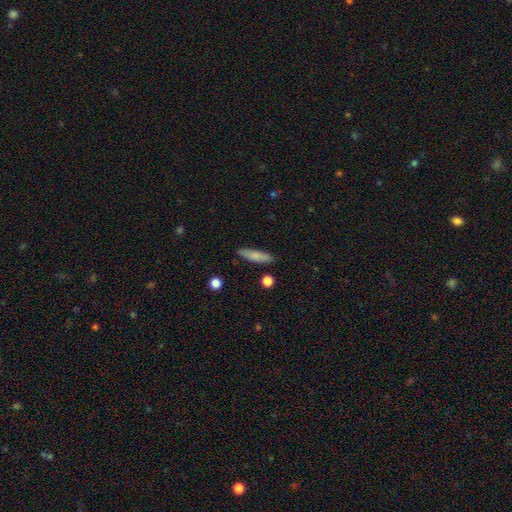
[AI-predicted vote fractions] Overall: smooth (78%). How rounded: cigar-shaped (74%). Merging: none (87%).